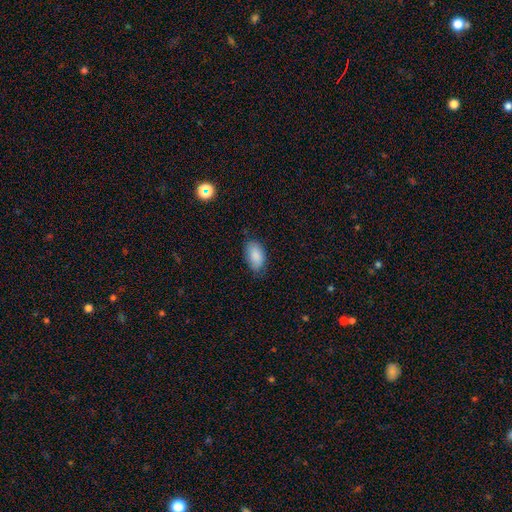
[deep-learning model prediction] Smooth or featured: smooth — 88% (star or artifact — 7%)
How rounded: in between — 94% (round — 4%)
Merging: none — 73% (minor disturbance — 22%)